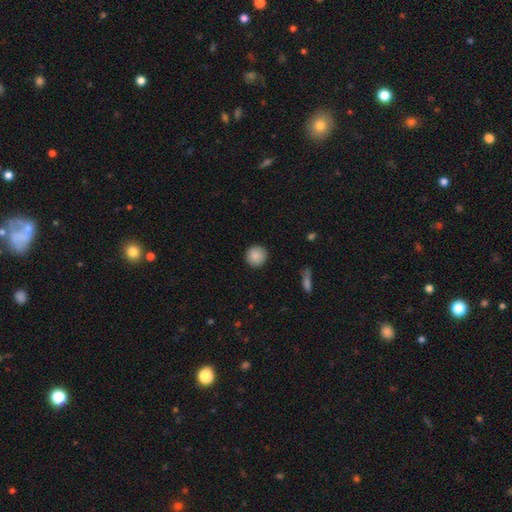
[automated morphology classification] A smooth galaxy with no disk features (88%) that is round (94%). Merging: none (91%).